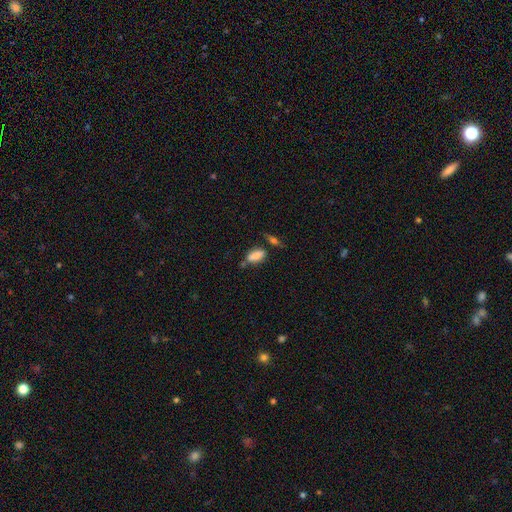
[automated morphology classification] The model was most divided on "merging": none: 56%, minor disturbance: 21%, merger: 16%, major disturbance: 7%. More confident: how rounded — in between (83%); smooth or featured — smooth (81%).